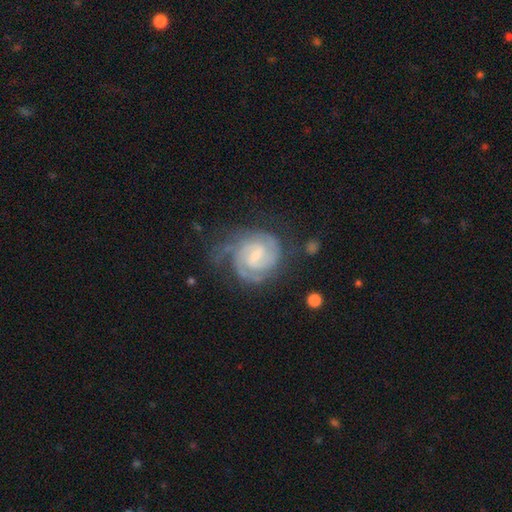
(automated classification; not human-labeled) A featured or disk galaxy (88%) with a weak bar (60%), 2 (56%) tight (67%) spiral arms (98%) and a small central bulge (53%).

Vote fractions:
- Smooth or featured? featured or disk: 88% / smooth: 7% / star or artifact: 5%
- Edge-on disk? no: 98% / yes: 2%
- Bar? weak: 60% / no: 21% / strong: 19%
- Spiral arms? yes: 98% / no: 2%
- Spiral winding? tight: 67% / medium: 29% / loose: 4%
- Spiral arm count? 2: 56% / 3: 20% / can't tell: 13% / 4: 4% / 1: 3% / more than 4: 3%
- Bulge size? small: 53% / moderate: 30% / none: 12% / large: 3% / dominant: 1%
- Merging? none: 64% / minor disturbance: 21% / major disturbance: 12% / merger: 2%